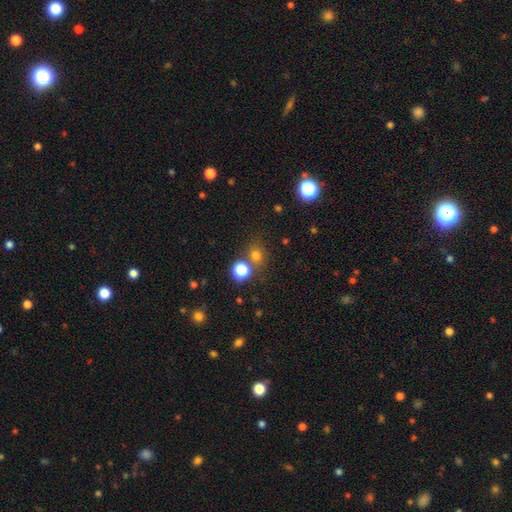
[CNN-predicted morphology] This appears to be a smooth galaxy with no disk features (69%) that is round (80%). Merging: none (72%).